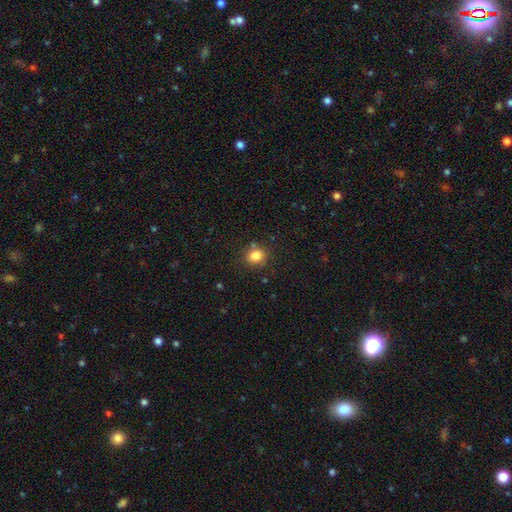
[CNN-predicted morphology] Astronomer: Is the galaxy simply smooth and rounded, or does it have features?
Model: smooth — 83%.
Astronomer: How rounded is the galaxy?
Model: round — 64%.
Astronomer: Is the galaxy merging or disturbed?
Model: none — 79%.